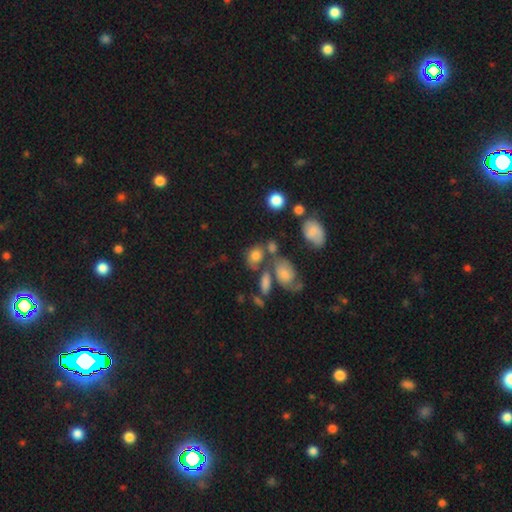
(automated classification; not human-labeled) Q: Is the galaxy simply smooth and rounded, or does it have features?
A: smooth — 74%.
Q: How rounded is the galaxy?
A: in between — 61%.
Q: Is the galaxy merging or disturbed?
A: none — 47%.